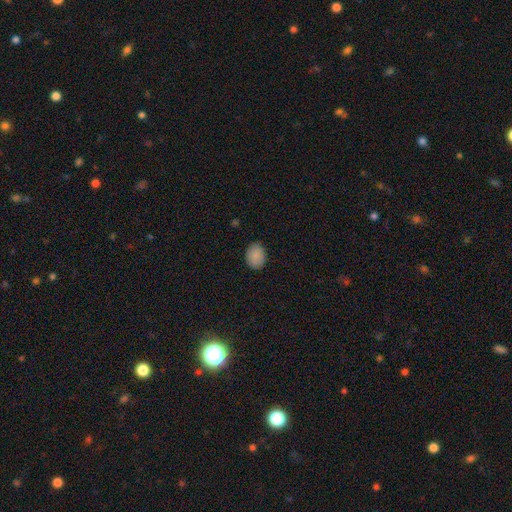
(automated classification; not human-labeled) Q: Smooth or featured?
A: smooth (88%); runner-up: star or artifact (8%)
Q: How rounded?
A: in between (53%); runner-up: round (46%)
Q: Merging?
A: none (85%); runner-up: minor disturbance (12%)